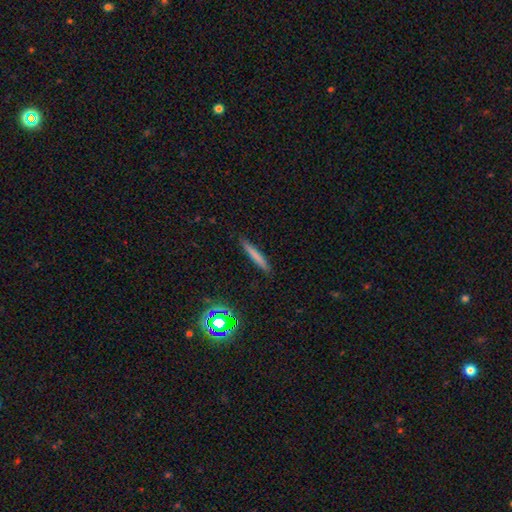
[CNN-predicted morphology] A smooth galaxy with no disk features (71%) that is cigar-shaped (95%).

Vote fractions:
- Smooth or featured? smooth: 71% / featured or disk: 20% / star or artifact: 10%
- How rounded? cigar-shaped: 95% / in between: 4% / round: 1%
- Merging? none: 89% / minor disturbance: 8% / major disturbance: 2% / merger: 1%